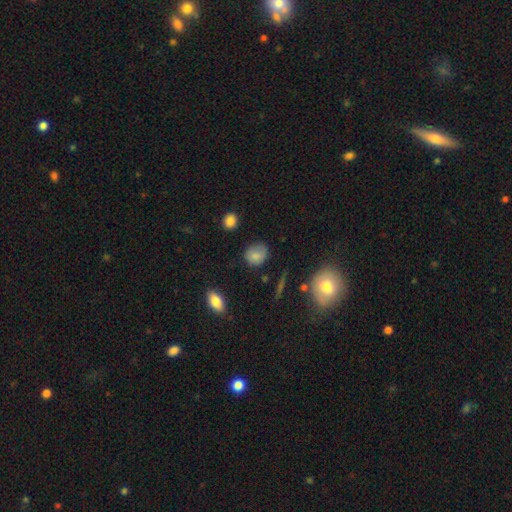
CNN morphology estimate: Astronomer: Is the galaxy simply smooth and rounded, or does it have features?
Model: smooth — 80%.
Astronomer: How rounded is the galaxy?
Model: round — 62%.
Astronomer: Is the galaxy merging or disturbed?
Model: none — 73%.